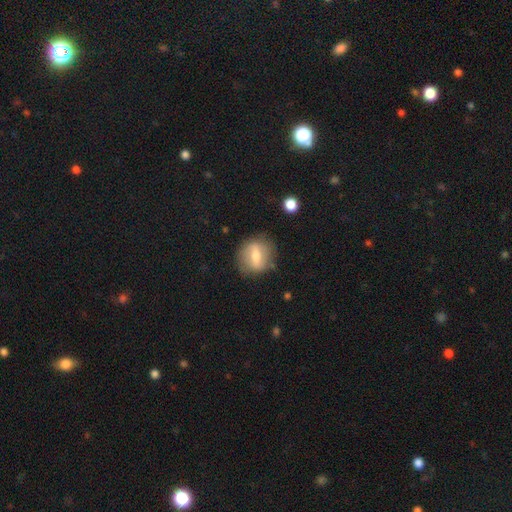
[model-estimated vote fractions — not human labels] Overall: smooth (50%; featured or disk 42%). How rounded: round (62%; in between 35%). Merging: none (76%).